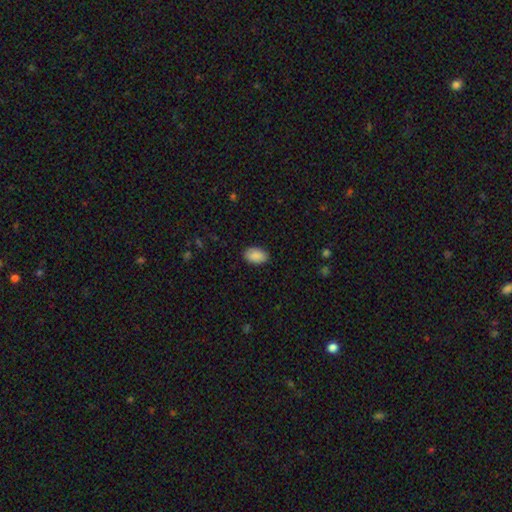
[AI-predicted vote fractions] Q: Smooth or featured?
A: smooth (89%); runner-up: star or artifact (6%)
Q: How rounded?
A: in between (92%); runner-up: round (7%)
Q: Merging?
A: none (87%); runner-up: minor disturbance (10%)